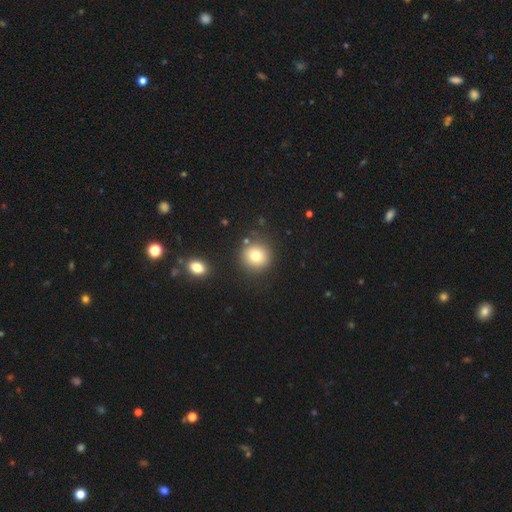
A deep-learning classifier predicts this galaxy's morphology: Overall: smooth (78%). How rounded: round (92%). Merging: none (85%).